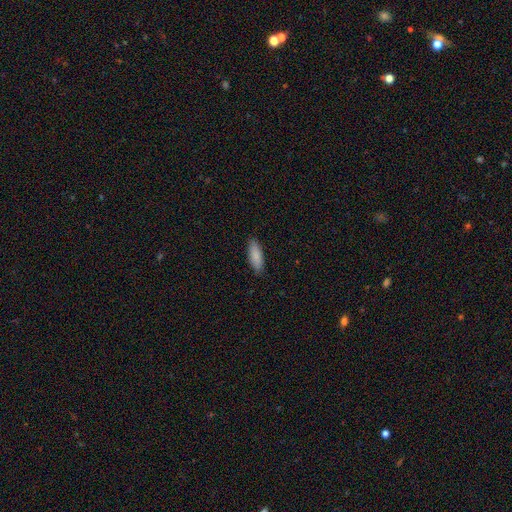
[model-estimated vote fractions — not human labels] A smooth galaxy with no disk features (88%) that is in between round and cigar-shaped (62%).

Vote fractions:
- Smooth or featured? smooth: 88% / featured or disk: 7% / star or artifact: 6%
- How rounded? in between: 62% / cigar-shaped: 36% / round: 2%
- Merging? none: 87% / minor disturbance: 10% / major disturbance: 2% / merger: 1%